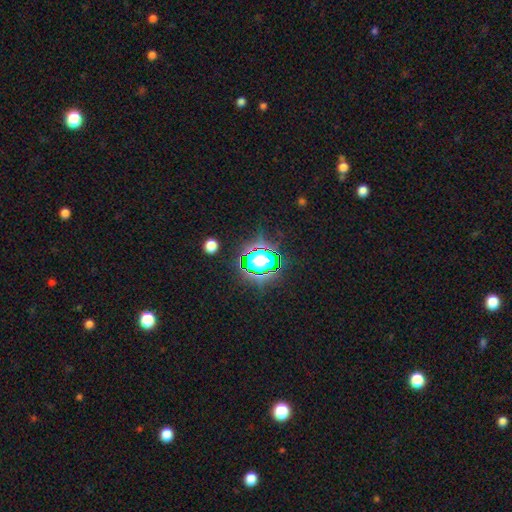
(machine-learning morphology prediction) The model was most divided on "smooth or featured": star or artifact: 80%, smooth: 12%, featured or disk: 7%.